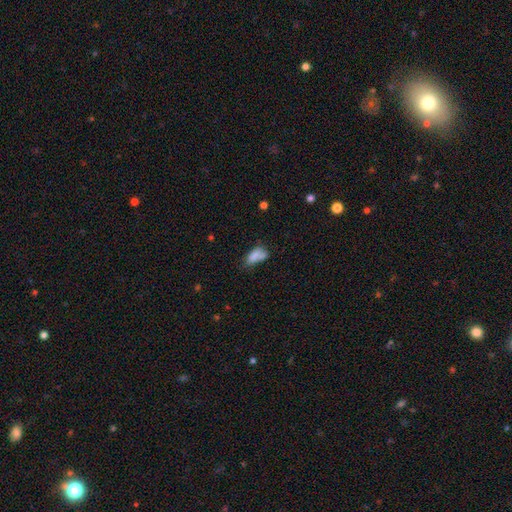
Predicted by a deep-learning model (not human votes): This appears to be a smooth galaxy with no disk features (75%) that is in between round and cigar-shaped (85%). Merging: none (37%).